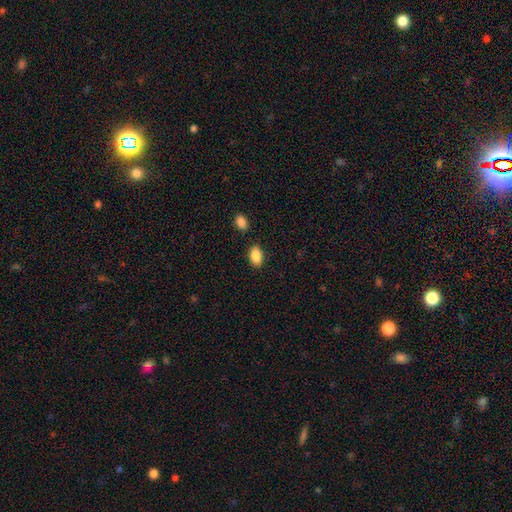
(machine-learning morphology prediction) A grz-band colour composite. It shows a smooth galaxy with no disk features (87%) that is in between round and cigar-shaped (91%). Merging: none (83%).